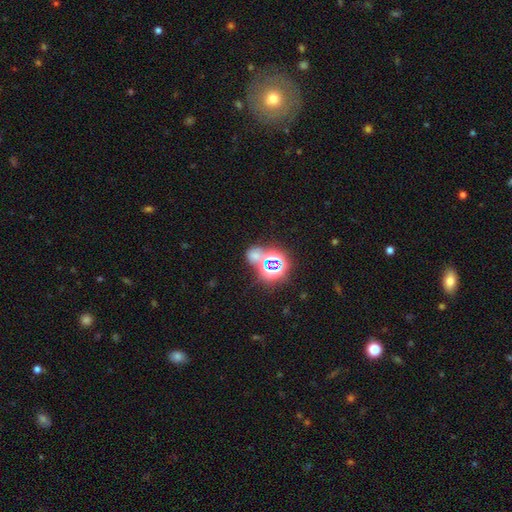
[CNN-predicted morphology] Q: Smooth or featured?
A: star or artifact (57%); runner-up: smooth (33%)